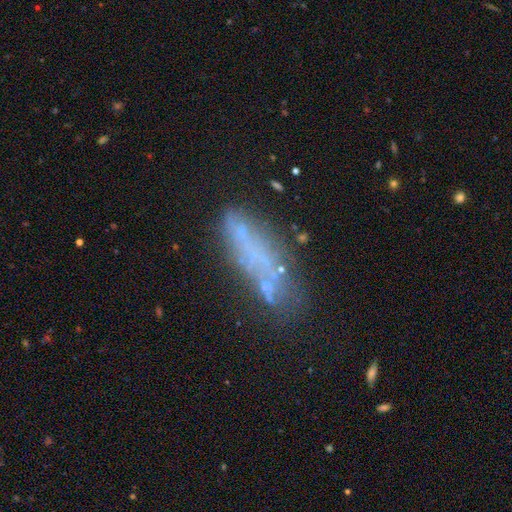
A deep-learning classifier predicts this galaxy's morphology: Q: Smooth or featured?
A: featured or disk (47%); runner-up: smooth (36%)
Q: Merging?
A: none (52%); runner-up: minor disturbance (20%)